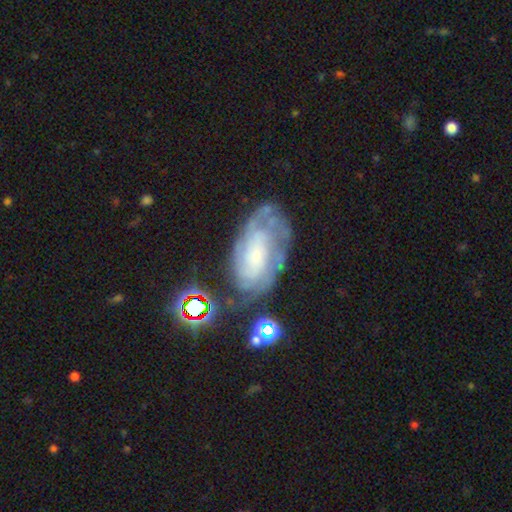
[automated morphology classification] Q: Smooth or featured?
A: featured or disk (75%); runner-up: smooth (15%)
Q: Edge-on disk?
A: no (95%); runner-up: yes (5%)
Q: Bar?
A: no (67%); runner-up: weak (26%)
Q: Spiral arms?
A: yes (90%); runner-up: no (10%)
Q: Spiral winding?
A: tight (63%); runner-up: medium (29%)
Q: Spiral arm count?
A: can't tell (48%); runner-up: 2 (16%)
Q: Bulge size?
A: small (59%); runner-up: moderate (23%)
Q: Merging?
A: none (61%); runner-up: minor disturbance (22%)